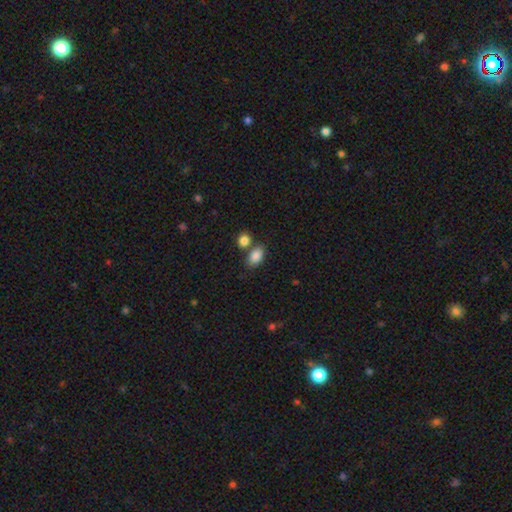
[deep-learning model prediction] A smooth galaxy with no disk features (86%) that is in between round and cigar-shaped (86%). Merging: none (60%).